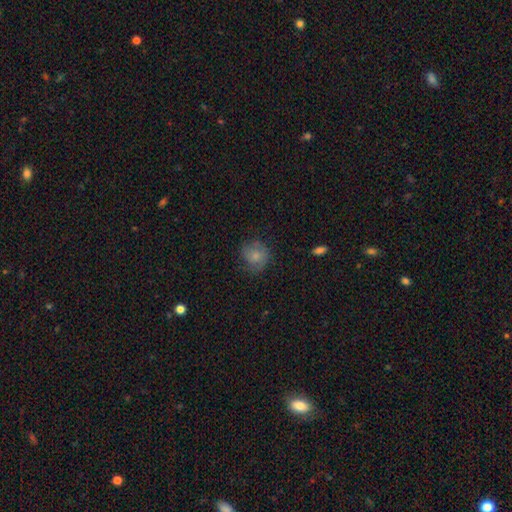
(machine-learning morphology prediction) Overall: smooth (72%). How rounded: round (82%). Merging: none (67%).